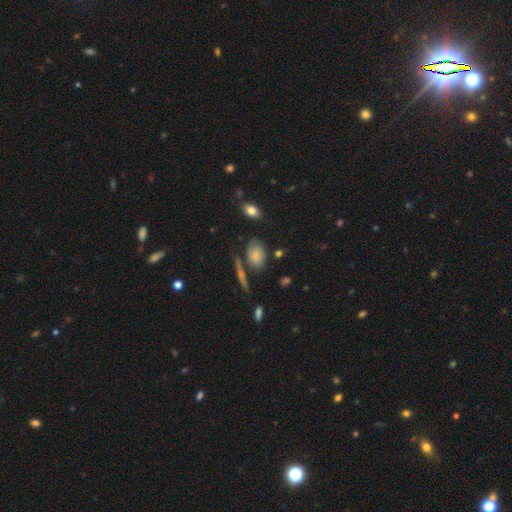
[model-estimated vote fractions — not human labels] smooth-or-featured: smooth: 69% | featured or disk: 21% | star or artifact: 10%
  how-rounded: in between: 83% | round: 13% | cigar-shaped: 3%
  merging: none: 58% | minor disturbance: 22% | merger: 11% | major disturbance: 9%